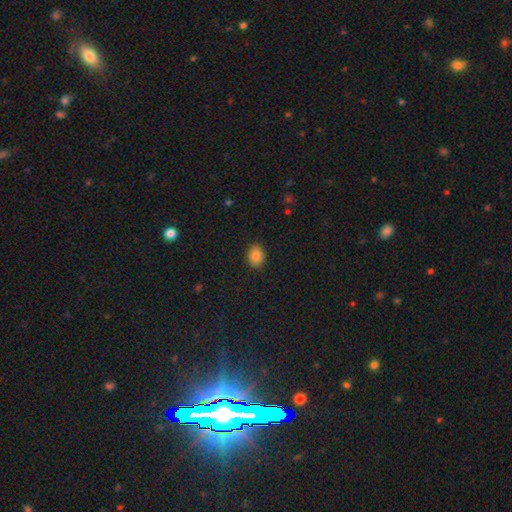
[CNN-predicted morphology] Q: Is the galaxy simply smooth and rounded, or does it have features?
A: smooth — 84%.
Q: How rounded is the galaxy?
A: in between — 68%.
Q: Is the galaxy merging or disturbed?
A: none — 89%.